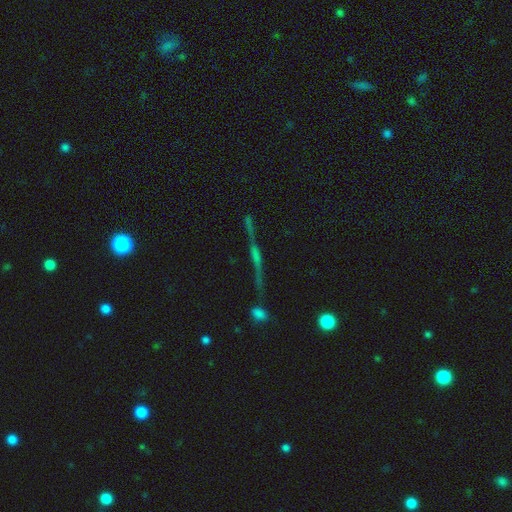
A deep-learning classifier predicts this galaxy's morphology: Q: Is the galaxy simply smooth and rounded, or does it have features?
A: featured or disk — 66%.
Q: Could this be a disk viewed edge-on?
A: yes — 90%.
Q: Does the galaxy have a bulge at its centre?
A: rounded — 72%.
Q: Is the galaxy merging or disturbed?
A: none — 76%.